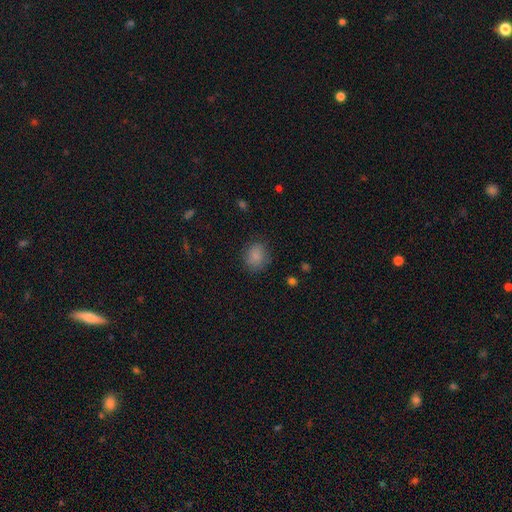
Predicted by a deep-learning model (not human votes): Smooth or featured?
  - smooth: 85% *
  - star or artifact: 10%
  - featured or disk: 6%
How rounded?
  - round: 63% *
  - in between: 36%
  - cigar-shaped: 1%
Merging?
  - none: 80% *
  - minor disturbance: 15%
  - major disturbance: 4%
  - merger: 1%